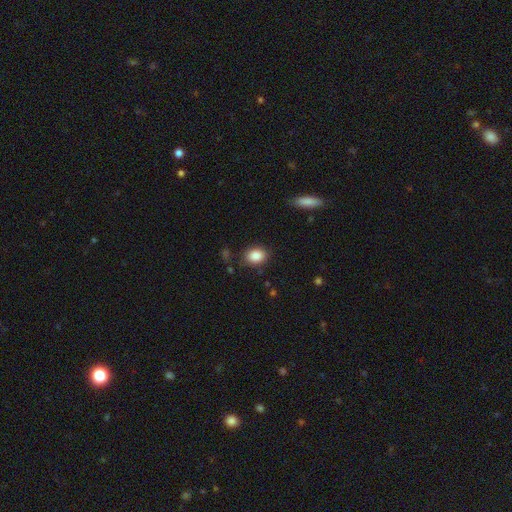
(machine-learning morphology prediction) Smooth or featured?
  - smooth: 87% *
  - star or artifact: 8%
  - featured or disk: 5%
How rounded?
  - in between: 65% *
  - round: 34%
  - cigar-shaped: 1%
Merging?
  - none: 83% *
  - minor disturbance: 12%
  - major disturbance: 3%
  - merger: 2%